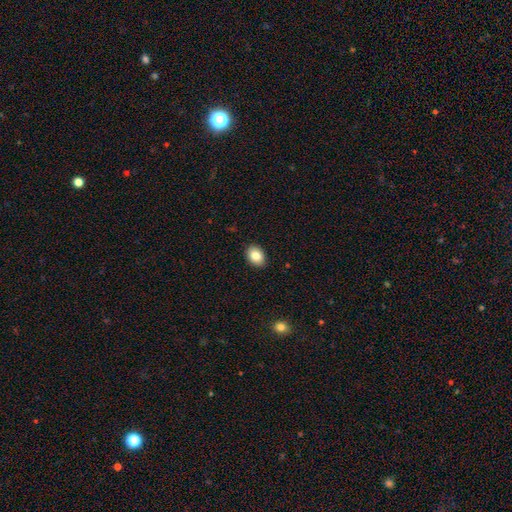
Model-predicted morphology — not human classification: smooth 84%, star or artifact 8%, featured or disk 8%. Down the decision tree: how rounded — in between (74%); merging — none (89%).